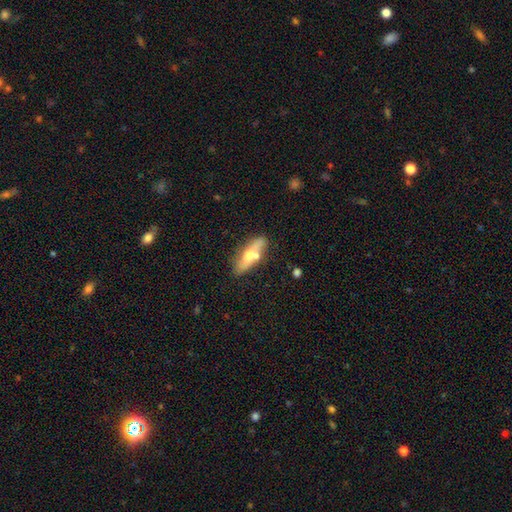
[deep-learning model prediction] A smooth galaxy with no disk features (51%) that is in between round and cigar-shaped (56%).

Vote fractions:
- Smooth or featured? smooth: 51% / featured or disk: 43% / star or artifact: 7%
- How rounded? in between: 56% / cigar-shaped: 40% / round: 4%
- Merging? none: 58% / merger: 18% / minor disturbance: 18% / major disturbance: 5%